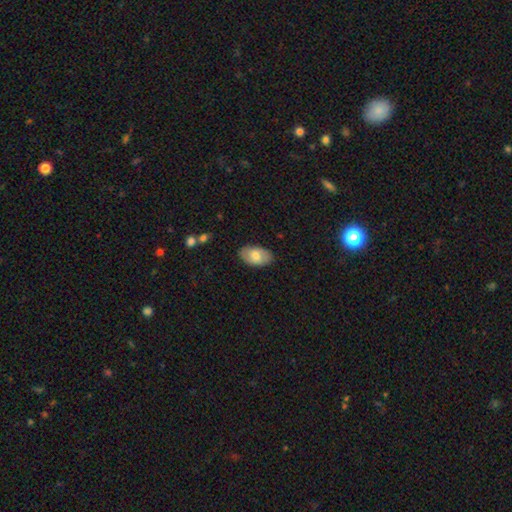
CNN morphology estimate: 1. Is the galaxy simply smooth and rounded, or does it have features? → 71% smooth, 23% featured or disk, 6% star or artifact.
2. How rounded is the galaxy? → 94% in between, 5% round, 1% cigar-shaped.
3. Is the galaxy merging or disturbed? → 84% none, 13% minor disturbance, 2% major disturbance, 1% merger.